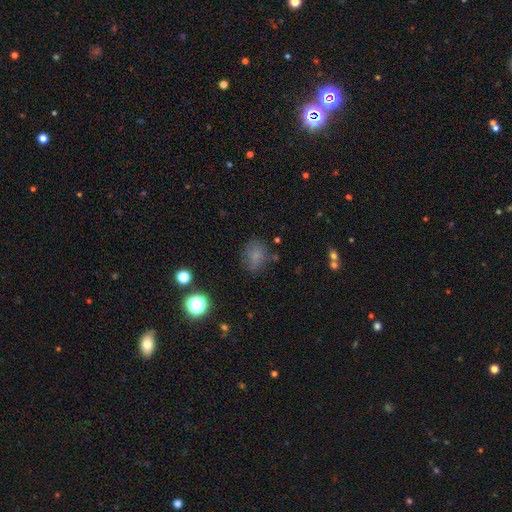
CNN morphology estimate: smooth 71%, star or artifact 17%, featured or disk 11%. Down the decision tree: how rounded — in between (50%); merging — none (69%).